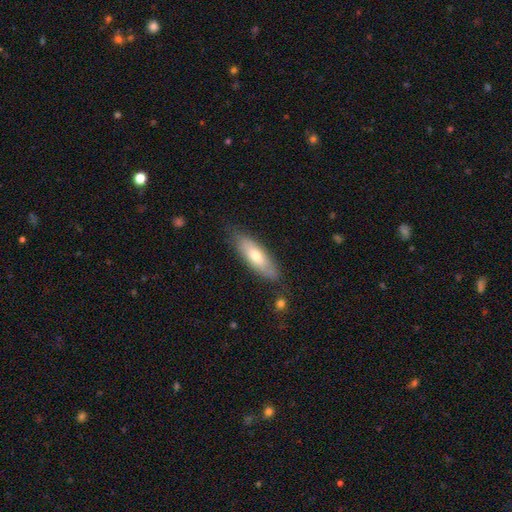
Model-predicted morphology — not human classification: A smooth galaxy with no disk features (64%) that is in between round and cigar-shaped (56%). Merging: none (79%).